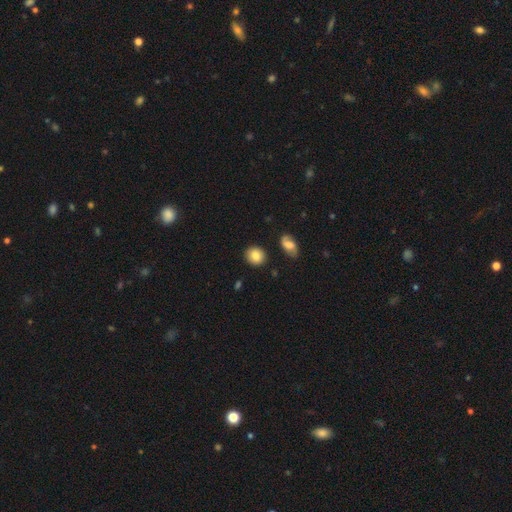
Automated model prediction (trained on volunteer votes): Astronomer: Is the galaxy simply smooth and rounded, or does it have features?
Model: smooth — 84%.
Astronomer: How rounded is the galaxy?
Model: round — 78%.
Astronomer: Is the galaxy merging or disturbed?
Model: none — 86%.